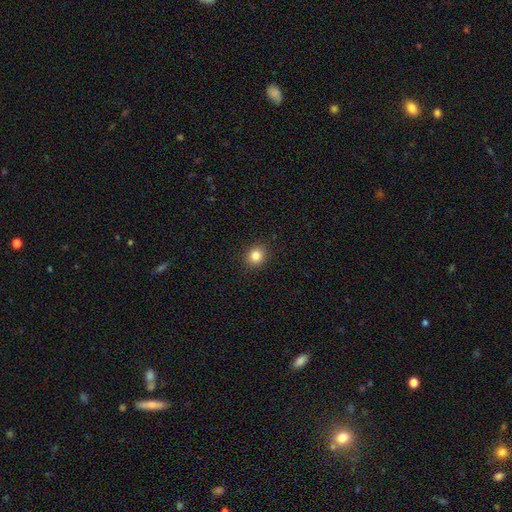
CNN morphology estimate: smooth_or_featured: smooth (p=0.85) [alt: star or artifact p=0.11]
how_rounded: round (p=0.76) [alt: in between p=0.23]
merging: none (p=0.90) [alt: minor disturbance p=0.07]